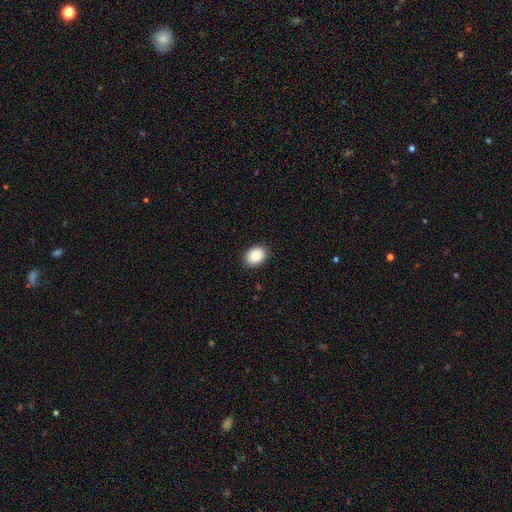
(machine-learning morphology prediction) The model was most divided on "how rounded": in between: 62%, round: 37%, cigar-shaped: 1%. More confident: merging — none (89%); smooth or featured — smooth (86%).